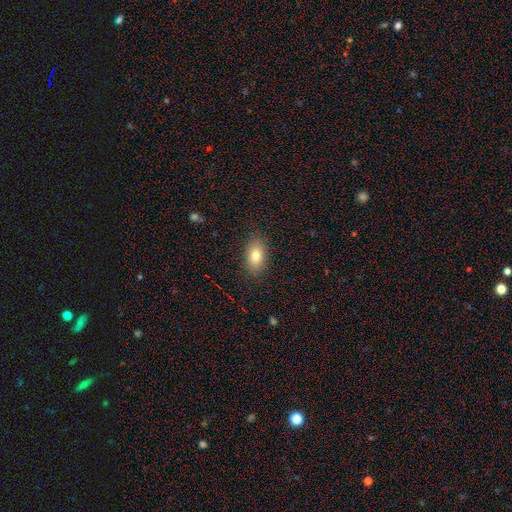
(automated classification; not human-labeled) Morphology: type=smooth (78%); roundness=in between (88%); merging=none (87%).